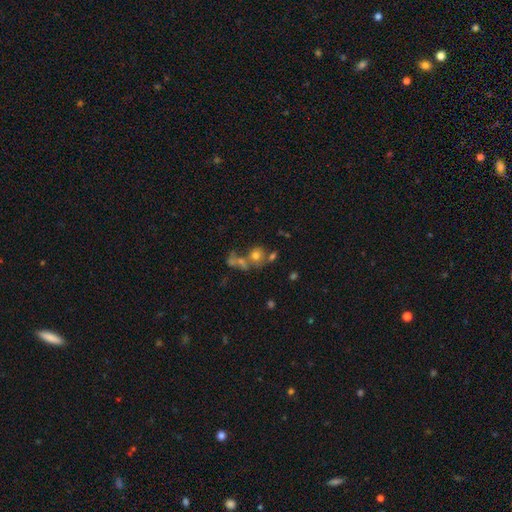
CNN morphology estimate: A smooth galaxy with no disk features (66%) that is round (77%). Merging: none (43%).